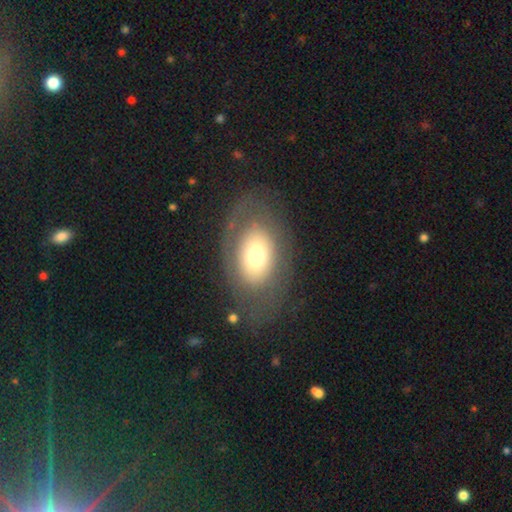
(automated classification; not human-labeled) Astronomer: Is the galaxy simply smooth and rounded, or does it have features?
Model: smooth — 52% (runner-up: featured or disk, 39%).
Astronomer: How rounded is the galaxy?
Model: in between — 85%.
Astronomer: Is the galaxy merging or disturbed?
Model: none — 71%.